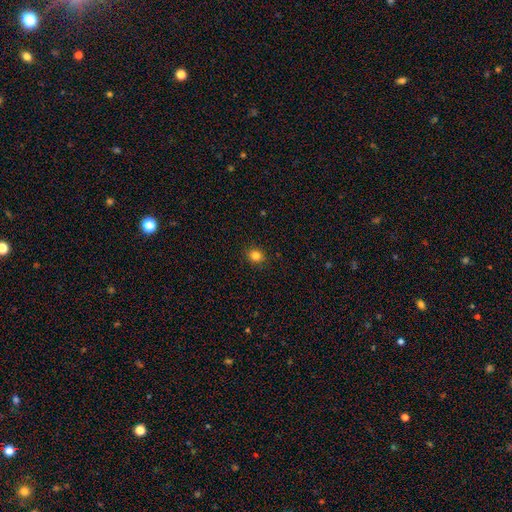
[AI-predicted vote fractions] A smooth galaxy with no disk features (83%) that is round (81%).

Vote fractions:
- Smooth or featured? smooth: 83% / star or artifact: 13% / featured or disk: 5%
- How rounded? round: 81% / in between: 18% / cigar-shaped: 1%
- Merging? none: 90% / minor disturbance: 7% / major disturbance: 2% / merger: 1%